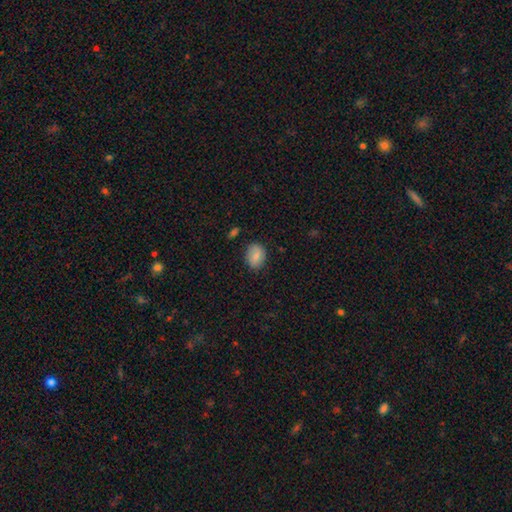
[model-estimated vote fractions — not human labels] Smooth or featured? smooth (83%)
How rounded? in between (64%)
Merging? none (80%)